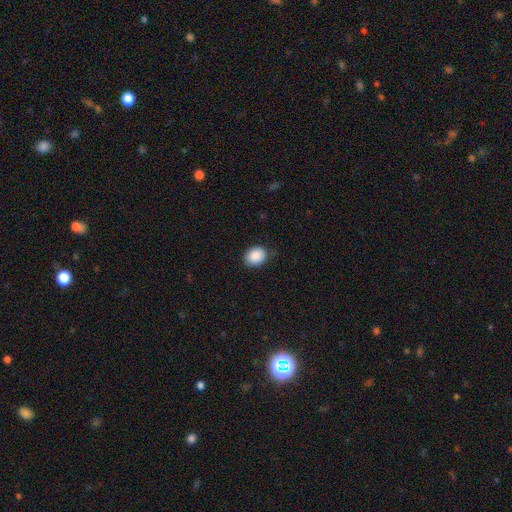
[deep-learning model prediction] A smooth galaxy with no disk features (89%) that is round (51%). Merging: none (82%).